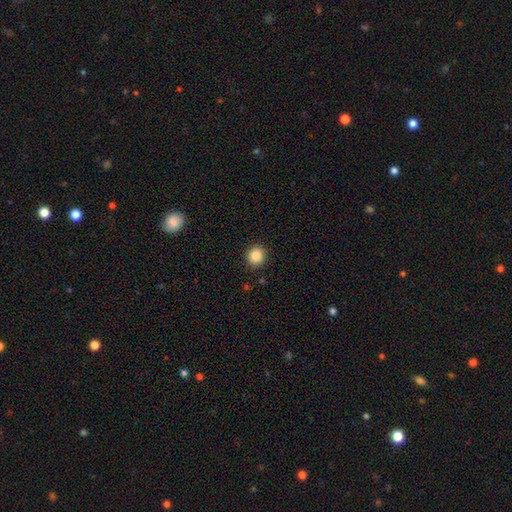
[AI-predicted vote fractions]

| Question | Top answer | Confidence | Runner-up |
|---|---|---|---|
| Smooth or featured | smooth | 86% | star or artifact (10%) |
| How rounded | round | 88% | in between (11%) |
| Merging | none | 91% | minor disturbance (6%) |